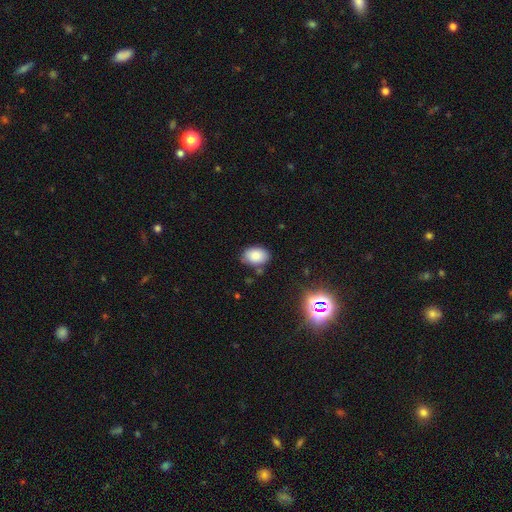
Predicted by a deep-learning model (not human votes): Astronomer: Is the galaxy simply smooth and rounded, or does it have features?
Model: smooth — 85%.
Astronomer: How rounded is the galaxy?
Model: in between — 87%.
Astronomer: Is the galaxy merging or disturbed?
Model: none — 78%.